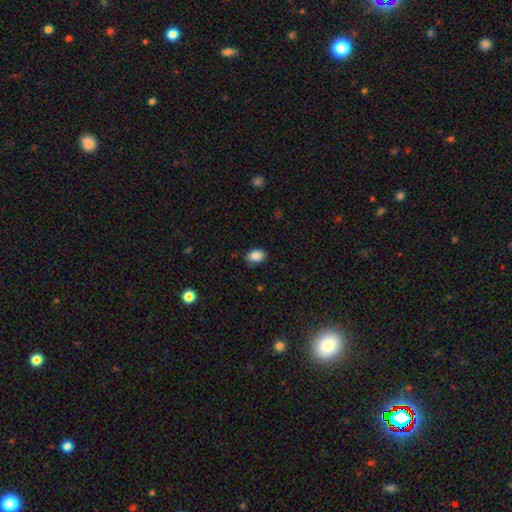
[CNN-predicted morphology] Smooth or featured: smooth — 87% (star or artifact — 8%)
How rounded: in between — 81% (round — 18%)
Merging: none — 84% (minor disturbance — 13%)